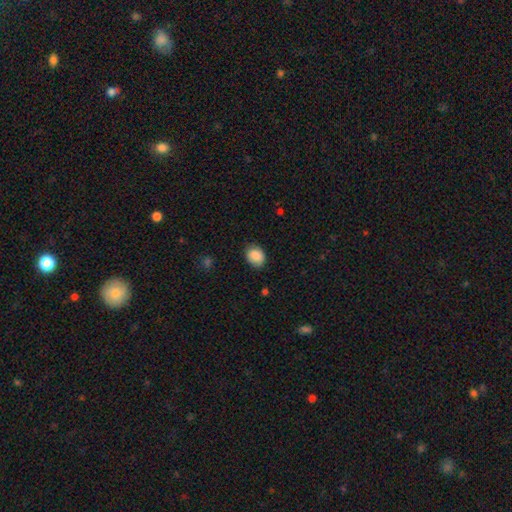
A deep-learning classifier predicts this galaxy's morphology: Smooth or featured: smooth — 89% (star or artifact — 8%)
How rounded: in between — 56% (round — 43%)
Merging: none — 82% (minor disturbance — 14%)